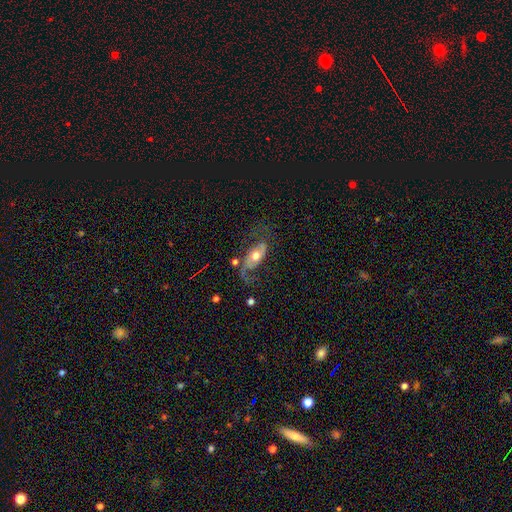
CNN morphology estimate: Overall: featured or disk (68%). Edge-on disk: no (91%). Bar: no (66%). Spiral arms: yes (82%). Spiral arm count: 2 (77%). Spiral winding: loose (61%; medium 29%). Bulge size: moderate (72%). Merging: none (49%; major disturbance 26%).